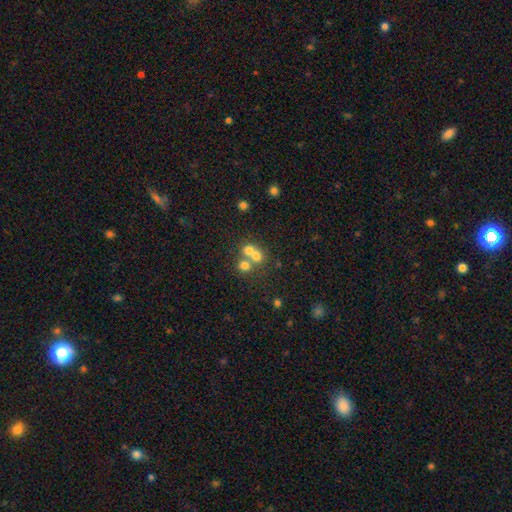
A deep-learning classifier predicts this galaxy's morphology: A smooth galaxy with no disk features (63%) that is round (81%). Merging: merger (56%).